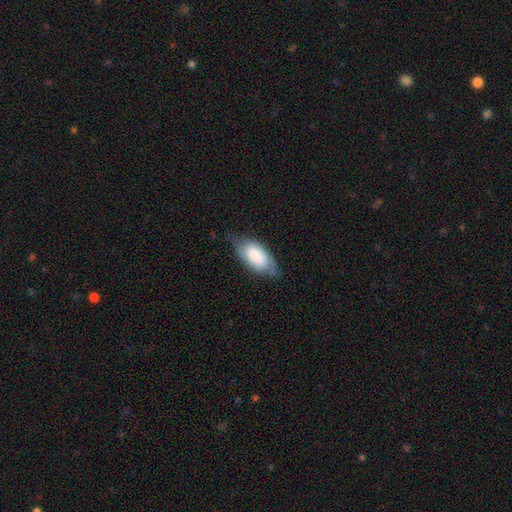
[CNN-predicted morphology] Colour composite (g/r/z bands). It shows a smooth galaxy with no disk features (75%) that is in between round and cigar-shaped (91%). Merging: none (60%).